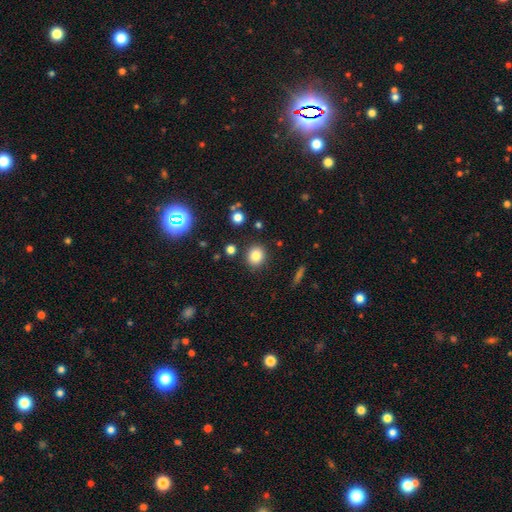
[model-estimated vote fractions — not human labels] This appears to be a smooth galaxy with no disk features (83%) that is round (77%). Merging: none (87%).